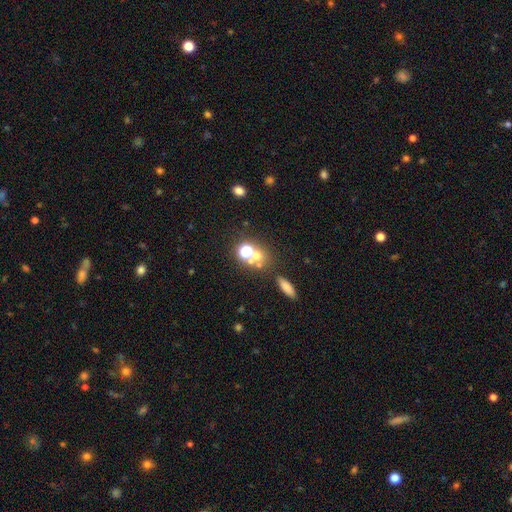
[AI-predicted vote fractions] smooth-or-featured: smooth: 53% | star or artifact: 33% | featured or disk: 14%
  how-rounded: round: 75% | in between: 22% | cigar-shaped: 2%
  merging: none: 54% | merger: 33% | minor disturbance: 8% | major disturbance: 5%